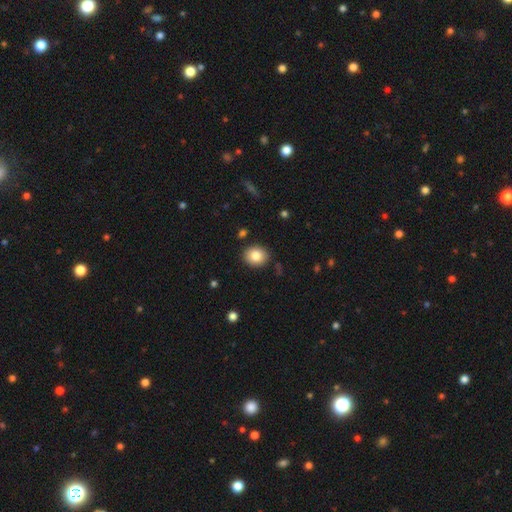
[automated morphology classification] Smooth or featured?
  - smooth: 83% *
  - star or artifact: 9%
  - featured or disk: 8%
How rounded?
  - round: 65% *
  - in between: 34%
  - cigar-shaped: 1%
Merging?
  - none: 88% *
  - minor disturbance: 8%
  - major disturbance: 2%
  - merger: 2%